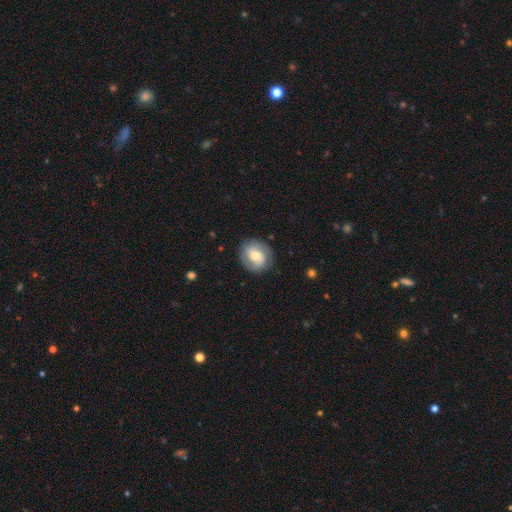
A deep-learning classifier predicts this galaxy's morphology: Smooth or featured? Predicted: featured or disk (p=0.57). Edge-on disk? Predicted: no (p=0.97). Bar? Predicted: no (p=0.49). Spiral arms? Predicted: yes (p=0.85). Bulge size? Predicted: moderate (p=0.59). Merging? Predicted: none (p=0.84).